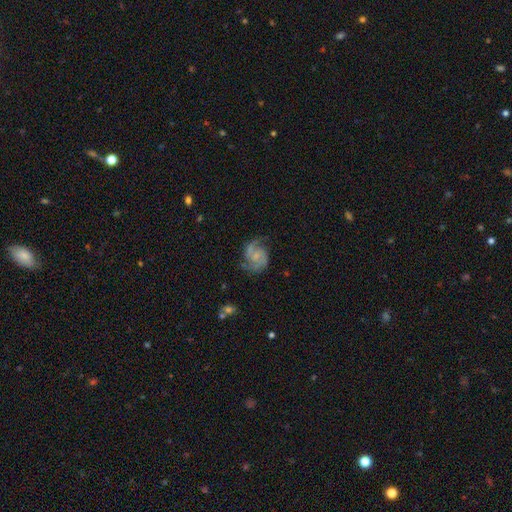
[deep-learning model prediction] Smooth or featured: featured or disk — 84% (smooth — 10%)
Edge-on disk: no — 98% (yes — 2%)
Bar: no — 65% (weak — 31%)
Spiral arms: yes — 97% (no — 3%)
Spiral winding: medium — 53% (tight — 27%)
Spiral arm count: 2 — 80% (3 — 7%)
Bulge size: small — 62% (moderate — 20%)
Merging: none — 68% (minor disturbance — 20%)